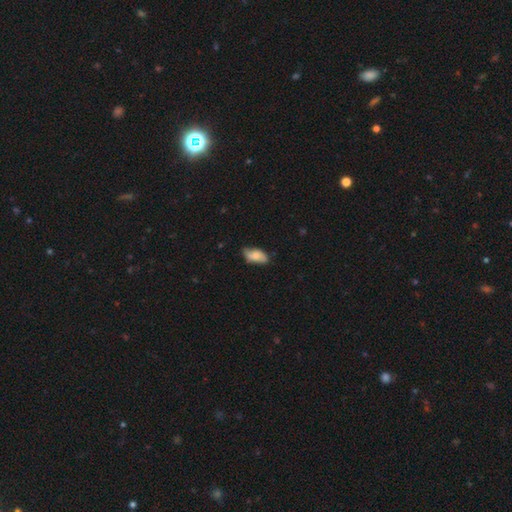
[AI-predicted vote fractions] Smooth or featured?
  - smooth: 66% *
  - featured or disk: 27%
  - star or artifact: 7%
How rounded?
  - in between: 90% *
  - cigar-shaped: 6%
  - round: 3%
Merging?
  - none: 75% *
  - minor disturbance: 20%
  - major disturbance: 4%
  - merger: 1%